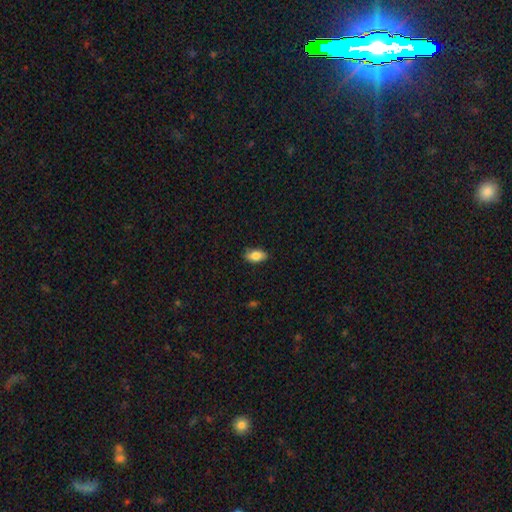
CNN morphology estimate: Q: Smooth or featured?
A: smooth (83%); runner-up: featured or disk (9%)
Q: How rounded?
A: in between (90%); runner-up: round (5%)
Q: Merging?
A: none (81%); runner-up: minor disturbance (16%)